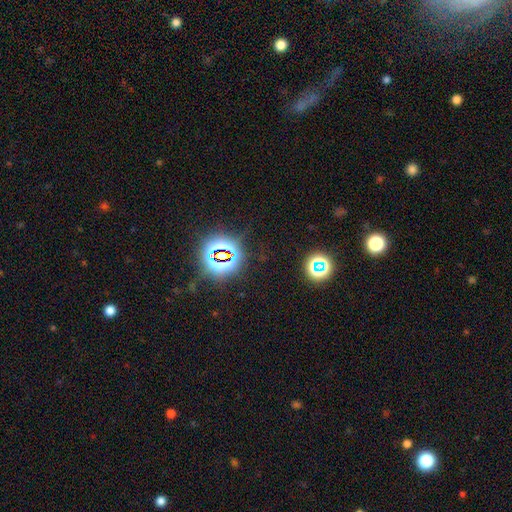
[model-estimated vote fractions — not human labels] This is likely a star or artifact rather than a galaxy (75%).